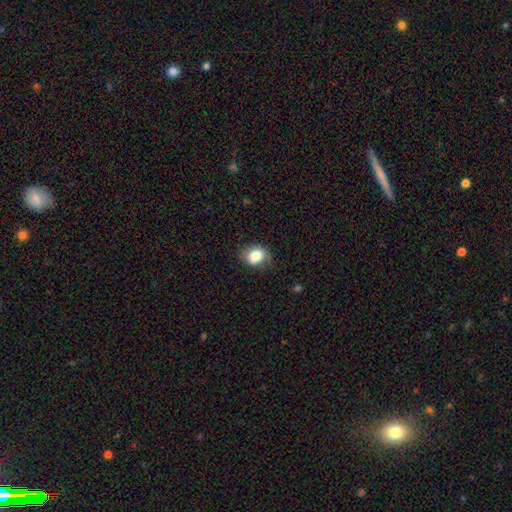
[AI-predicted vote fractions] This appears to be a smooth galaxy with no disk features (81%) that is round (51%). Merging: none (74%).